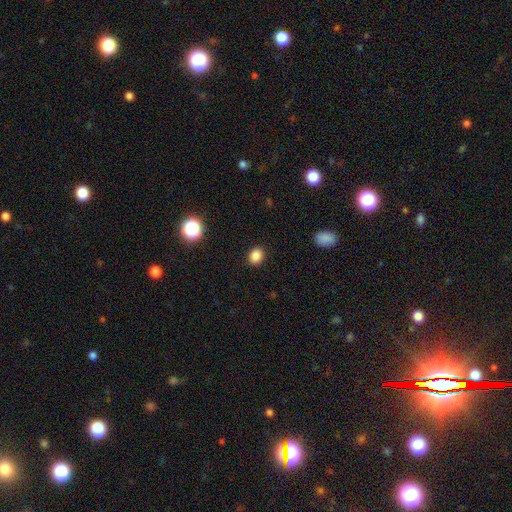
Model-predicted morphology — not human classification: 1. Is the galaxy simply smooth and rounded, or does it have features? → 85% smooth, 11% star or artifact, 3% featured or disk.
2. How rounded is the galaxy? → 50% round (tied), 50% in between (tied), 1% cigar-shaped.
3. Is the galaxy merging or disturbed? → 90% none, 7% minor disturbance, 2% major disturbance, 1% merger.